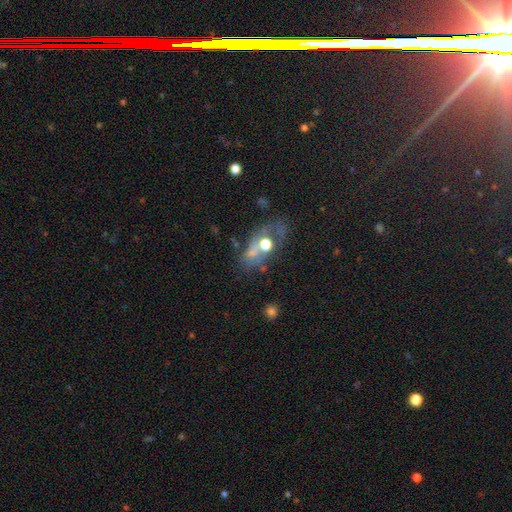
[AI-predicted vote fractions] smooth-or-featured: featured or disk: 40% | smooth: 38% | star or artifact: 22%
  merging: none: 48% | minor disturbance: 18% | major disturbance: 18% | merger: 16%